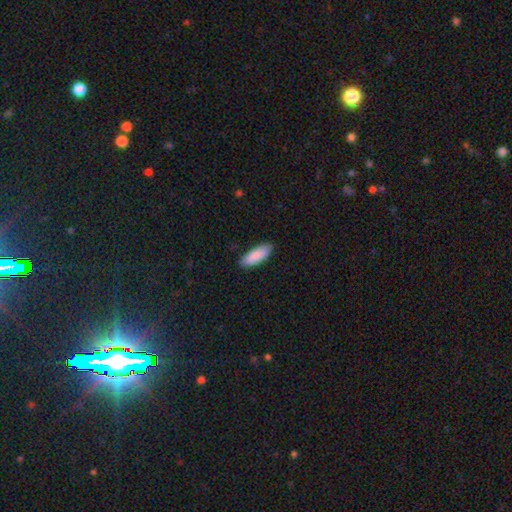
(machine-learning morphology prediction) smooth-or-featured: smooth: 90% | star or artifact: 5% | featured or disk: 5%
  how-rounded: in between: 66% | cigar-shaped: 33% | round: 1%
  merging: none: 87% | minor disturbance: 11% | major disturbance: 2% | merger: 1%